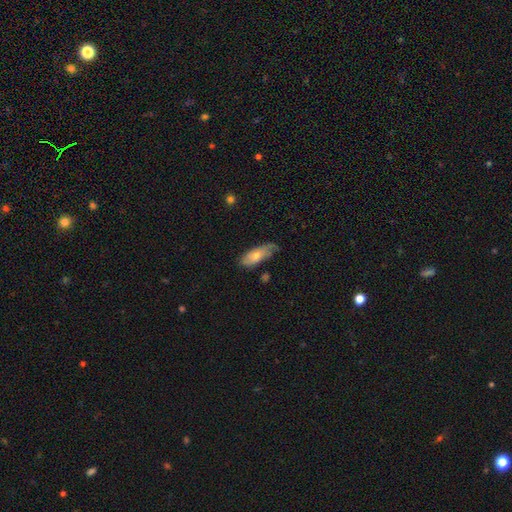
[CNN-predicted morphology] A smooth galaxy with no disk features (58%) that is in between round and cigar-shaped (75%).

Vote fractions:
- Smooth or featured? smooth: 58% / featured or disk: 36% / star or artifact: 6%
- How rounded? in between: 75% / cigar-shaped: 22% / round: 3%
- Merging? none: 53% / minor disturbance: 35% / major disturbance: 10% / merger: 3%